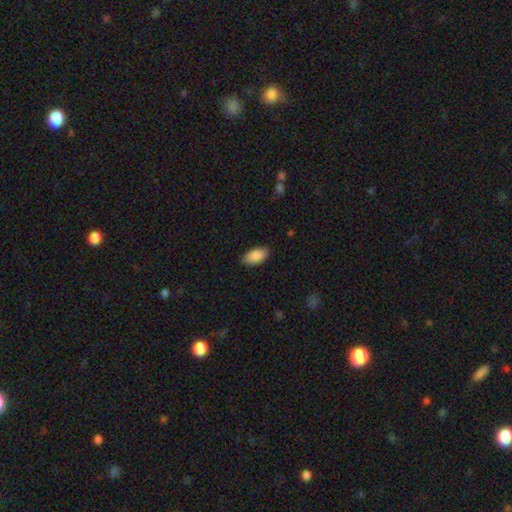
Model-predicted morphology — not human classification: Smooth or featured? Predicted: smooth (p=0.90). How rounded? Predicted: in between (p=0.95). Merging? Predicted: none (p=0.86).